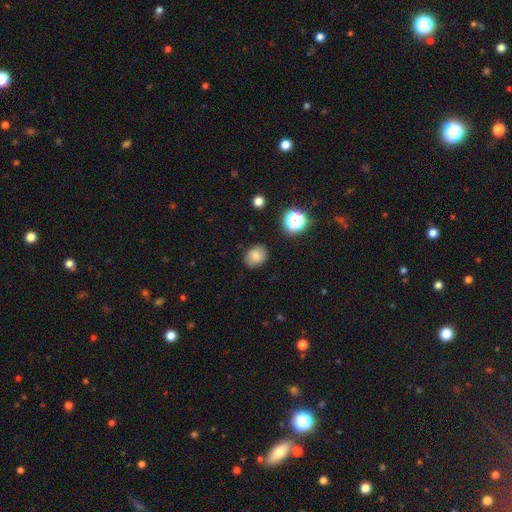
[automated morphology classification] This appears to be a smooth galaxy with no disk features (81%) that is round (58%). Merging: none (83%).